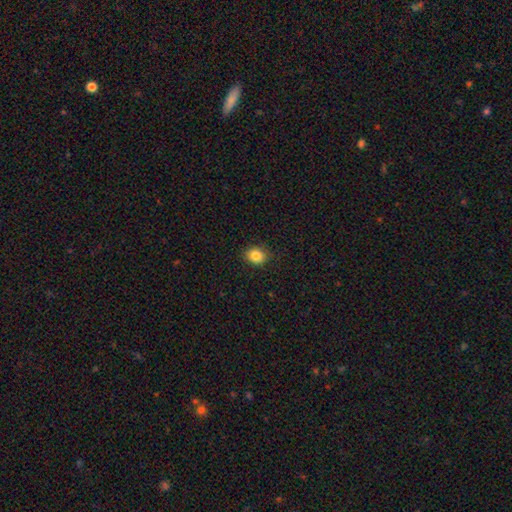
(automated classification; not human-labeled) A smooth galaxy with no disk features (85%) that is round (64%).

Vote fractions:
- Smooth or featured? smooth: 85% / star or artifact: 10% / featured or disk: 5%
- How rounded? round: 64% / in between: 35% / cigar-shaped: 1%
- Merging? none: 88% / minor disturbance: 9% / major disturbance: 2% / merger: 1%